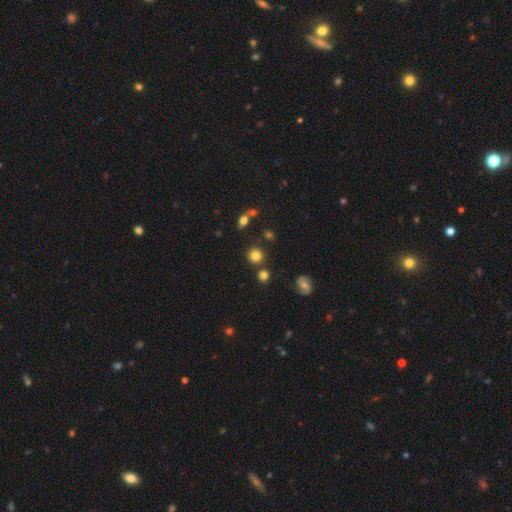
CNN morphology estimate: A smooth galaxy with no disk features (80%) that is round (90%). Merging: none (80%).